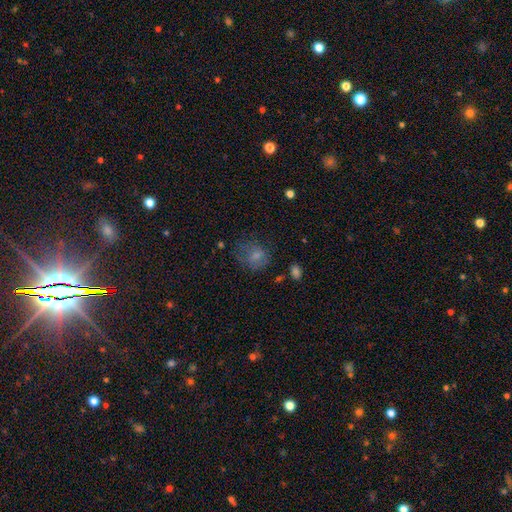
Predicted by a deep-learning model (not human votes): Smooth or featured: smooth — 71% (featured or disk — 16%)
How rounded: round — 51% (in between — 48%)
Merging: none — 49% (minor disturbance — 25%)